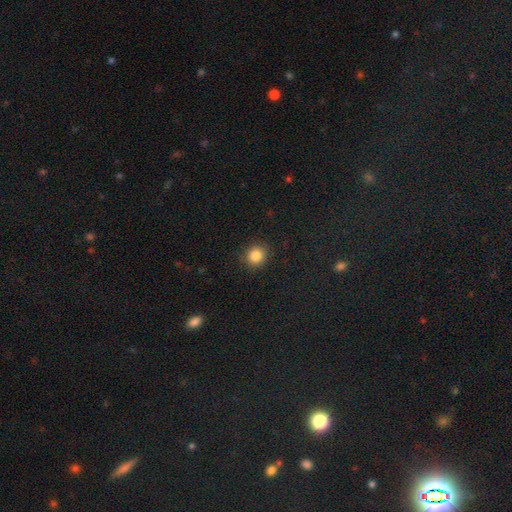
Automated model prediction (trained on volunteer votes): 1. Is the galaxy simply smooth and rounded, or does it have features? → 85% smooth, 10% star or artifact, 5% featured or disk.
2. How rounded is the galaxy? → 84% round, 15% in between, 1% cigar-shaped.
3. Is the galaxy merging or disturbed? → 89% none, 8% minor disturbance, 2% major disturbance, 1% merger.